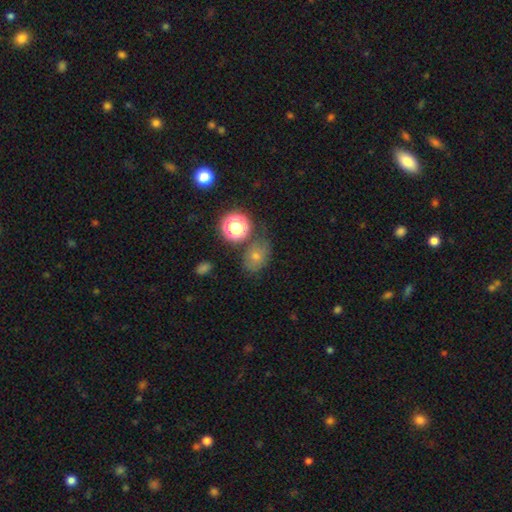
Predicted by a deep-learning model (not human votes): A smooth galaxy with no disk features (51%) that is in between round and cigar-shaped (49%, tied with round).

Vote fractions:
- Smooth or featured? smooth: 51% / star or artifact: 31% / featured or disk: 17%
- How rounded? in between: 49% (tied) / round: 49% (tied) / cigar-shaped: 1%
- Merging? none: 70% / minor disturbance: 16% / merger: 7% / major disturbance: 7%